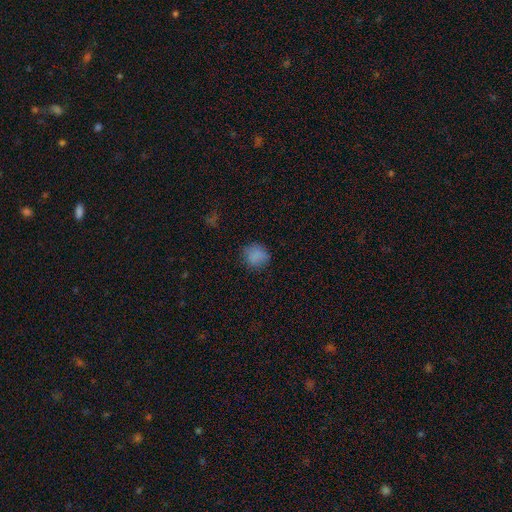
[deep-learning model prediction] This is clearly a smooth galaxy (82%). How rounded: clearly round (82%). Merging: likely none (79%).